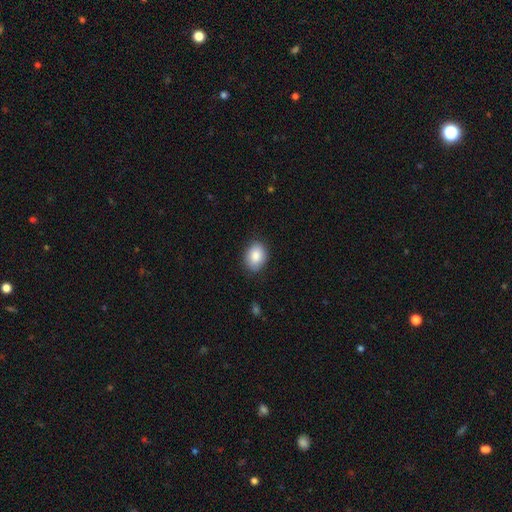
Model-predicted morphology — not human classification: smooth 86%, featured or disk 7%, star or artifact 7%. Down the decision tree: how rounded — in between (70%); merging — none (84%).